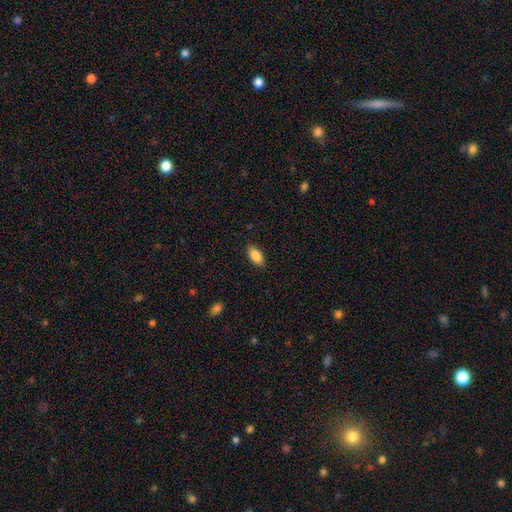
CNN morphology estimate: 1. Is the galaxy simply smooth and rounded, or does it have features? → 87% smooth, 7% star or artifact, 6% featured or disk.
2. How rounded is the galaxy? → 91% in between, 6% cigar-shaped, 3% round.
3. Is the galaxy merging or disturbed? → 86% none, 11% minor disturbance, 2% major disturbance, 1% merger.